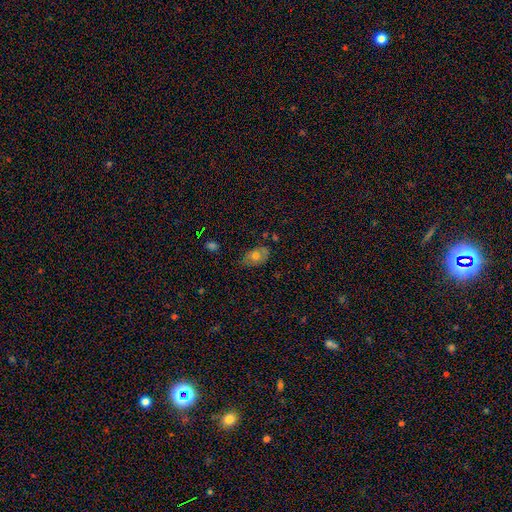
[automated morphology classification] Smooth or featured? smooth (66%)
How rounded? in between (86%)
Merging? none (63%)